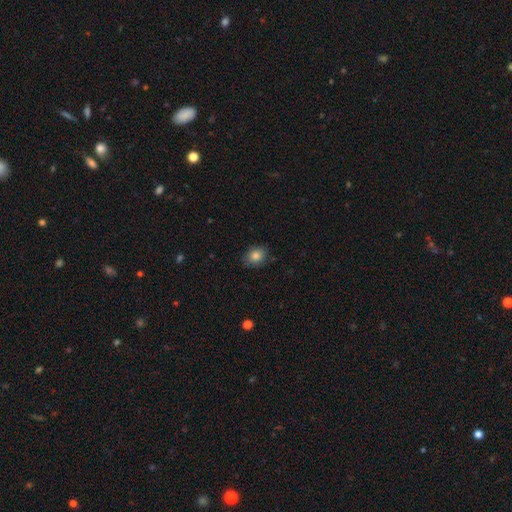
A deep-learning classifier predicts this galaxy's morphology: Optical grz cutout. It shows a smooth galaxy with no disk features (84%) that is round (55%). Merging: none (83%).